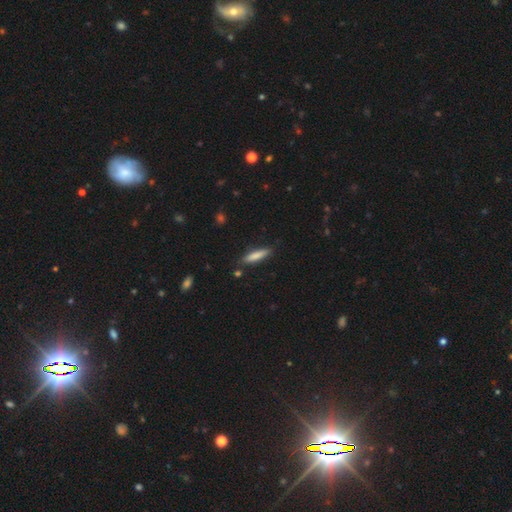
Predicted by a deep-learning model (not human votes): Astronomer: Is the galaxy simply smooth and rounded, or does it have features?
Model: smooth — 81%.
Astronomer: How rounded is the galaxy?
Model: cigar-shaped — 81%.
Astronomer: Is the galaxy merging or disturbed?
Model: none — 84%.